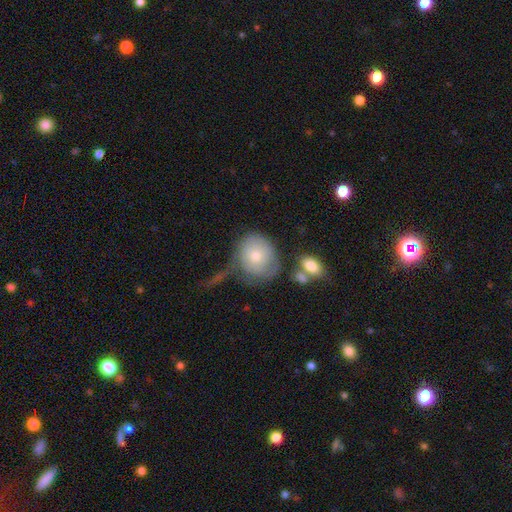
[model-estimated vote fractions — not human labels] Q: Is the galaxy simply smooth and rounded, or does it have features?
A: smooth — 64%.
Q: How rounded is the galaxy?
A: round — 75%.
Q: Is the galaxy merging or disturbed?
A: none — 45%.